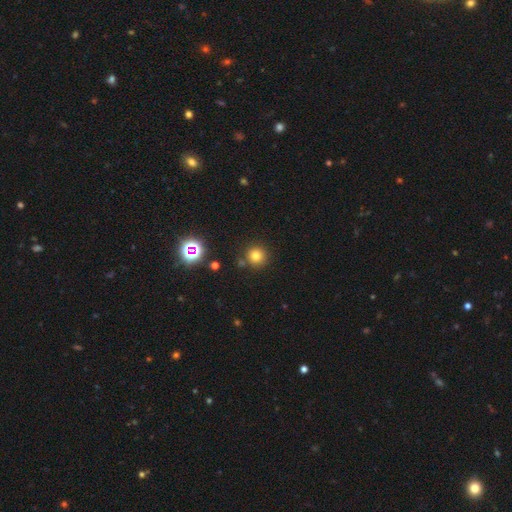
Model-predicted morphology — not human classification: A smooth galaxy with no disk features (74%) that is round (95%). Merging: none (84%).